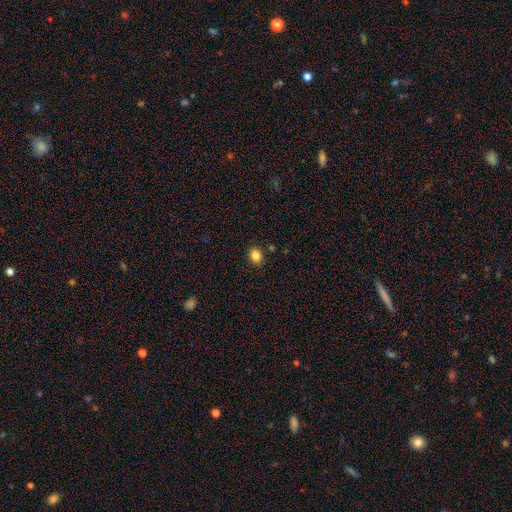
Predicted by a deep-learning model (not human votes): smooth 85%, star or artifact 11%, featured or disk 4%. Down the decision tree: how rounded — round (51%); merging — none (87%).